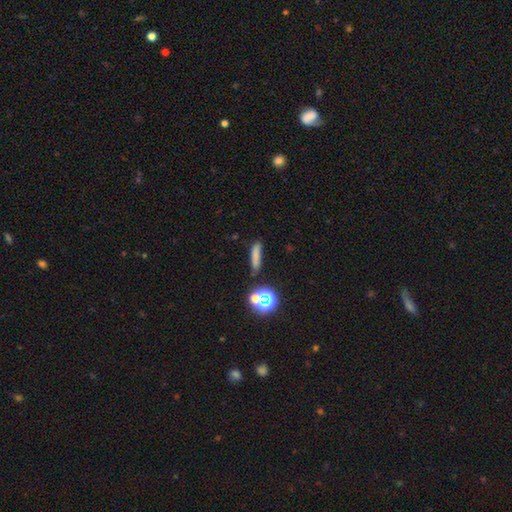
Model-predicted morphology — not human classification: smooth_or_featured: smooth (p=0.72) [alt: star or artifact p=0.17]
how_rounded: cigar-shaped (p=0.77) [alt: in between p=0.17]
merging: none (p=0.77) [alt: minor disturbance p=0.14]